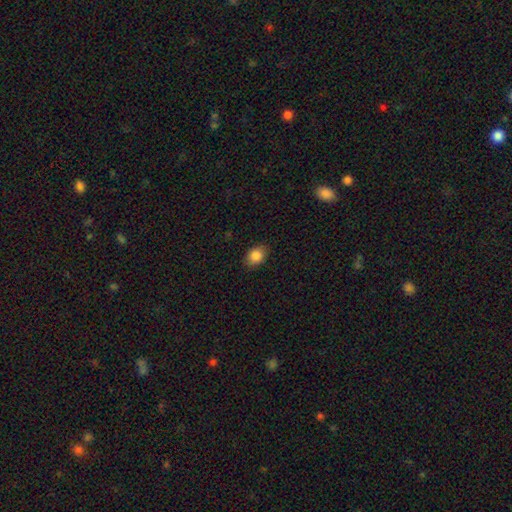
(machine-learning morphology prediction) This is clearly a smooth galaxy (86%). How rounded: likely in between (66%). Merging: clearly none (86%).